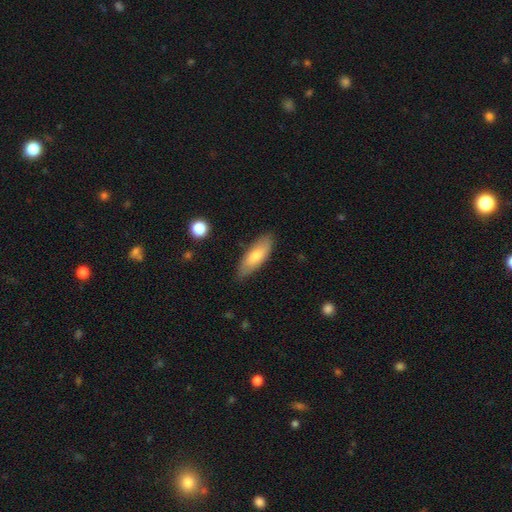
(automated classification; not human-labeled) Smooth or featured? Predicted: smooth (p=0.66). How rounded? Predicted: in between (p=0.64). Merging? Predicted: none (p=0.82).